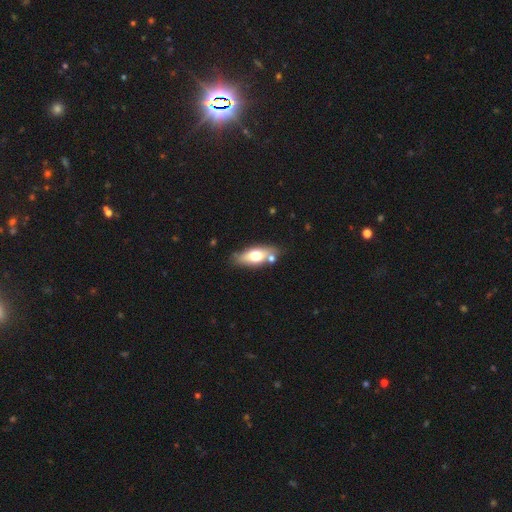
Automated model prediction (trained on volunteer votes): The model was most divided on "smooth or featured": smooth: 60%, featured or disk: 34%, star or artifact: 7%. More confident: how rounded — in between (71%); merging — none (69%).